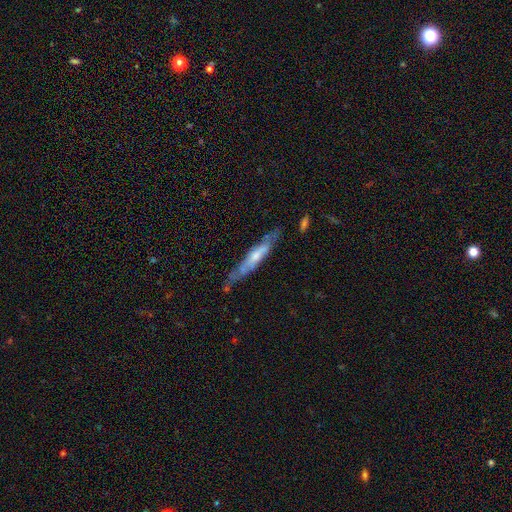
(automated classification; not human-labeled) A featured or disk galaxy (62%) viewed edge-on (69%). Merging: none (63%).